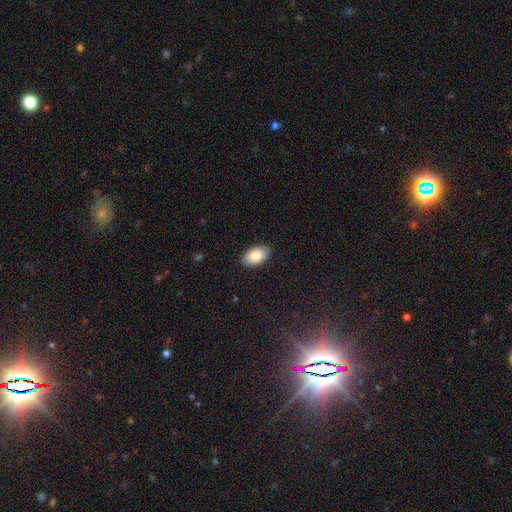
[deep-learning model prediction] The model was most divided on "smooth or featured": smooth: 86%, featured or disk: 8%, star or artifact: 6%. More confident: how rounded — in between (94%); merging — none (89%).